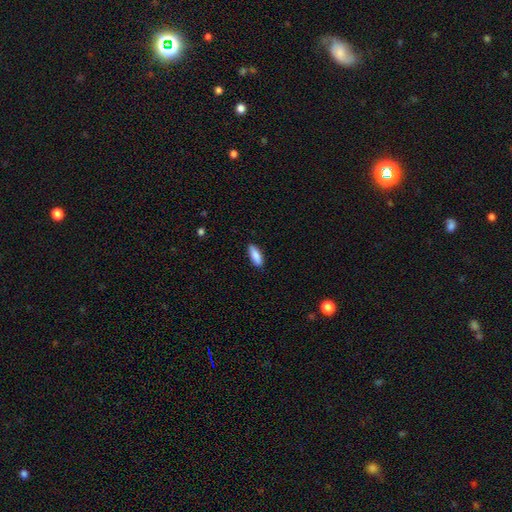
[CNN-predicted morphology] This appears to be a smooth galaxy with no disk features (87%) that is in between round and cigar-shaped (64%). Merging: none (87%).